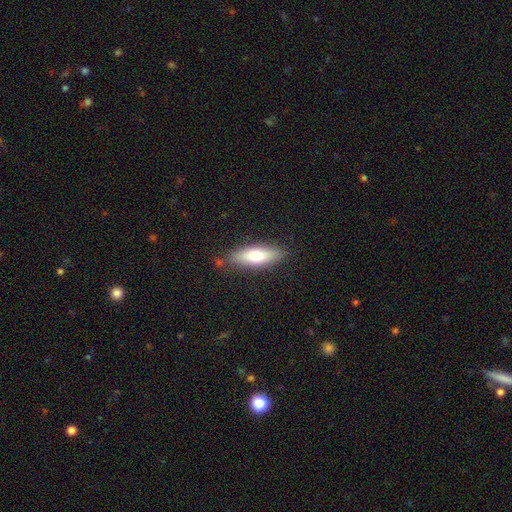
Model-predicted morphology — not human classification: Overall: smooth (69%). How rounded: in between (55%; cigar-shaped 43%). Merging: none (82%).